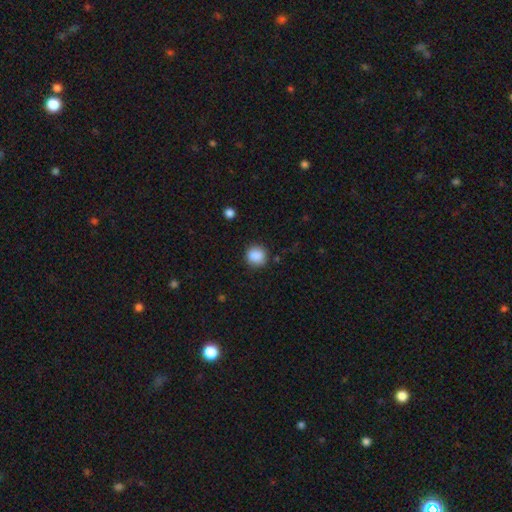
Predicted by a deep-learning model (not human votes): Smooth or featured? smooth (88%)
How rounded? round (87%)
Merging? none (85%)